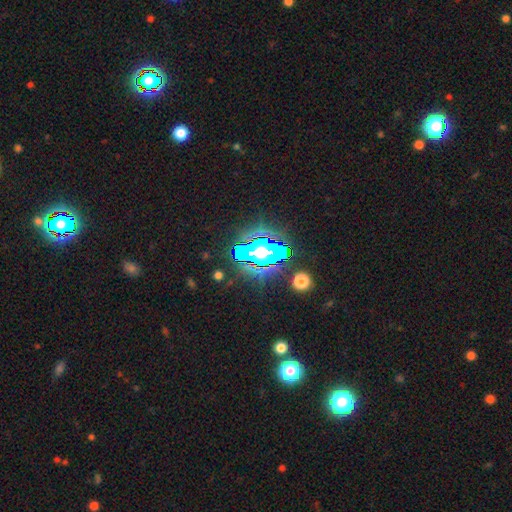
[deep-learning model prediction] A star or artifact, not a galaxy (57%).

Vote fractions:
- Smooth or featured? star or artifact: 57% / smooth: 25% / featured or disk: 18%